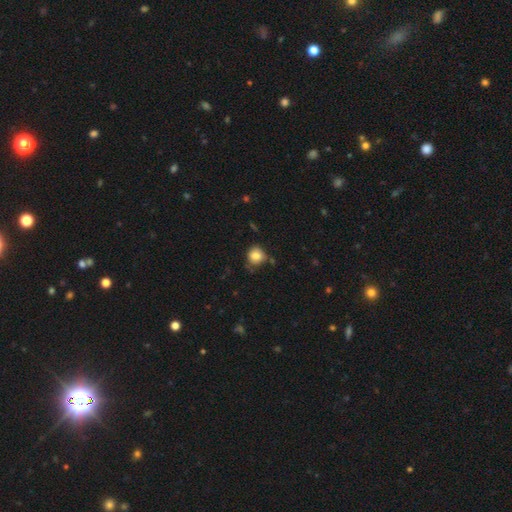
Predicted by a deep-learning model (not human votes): Smooth or featured? Predicted: smooth (p=0.81). How rounded? Predicted: round (p=0.77). Merging? Predicted: none (p=0.64).